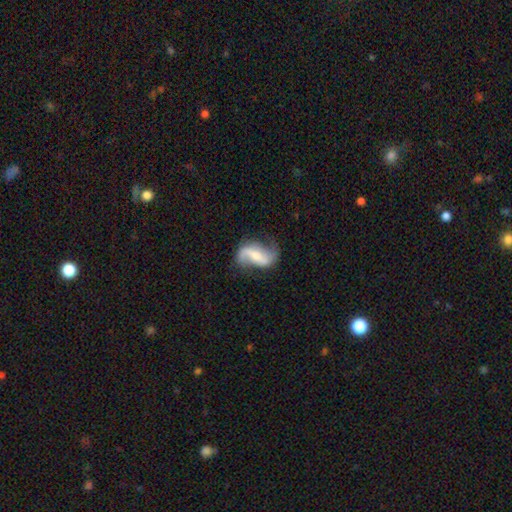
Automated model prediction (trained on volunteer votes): Smooth or featured? Predicted: featured or disk (p=0.82). Edge-on disk? Predicted: no (p=0.96). Bar? Predicted: weak (p=0.39). Spiral arms? Predicted: yes (p=0.94). Spiral winding? Predicted: loose (p=0.77). Spiral arm count? Predicted: 2 (p=0.91). Bulge size? Predicted: moderate (p=0.42, tied with small). Merging? Predicted: none (p=0.67).